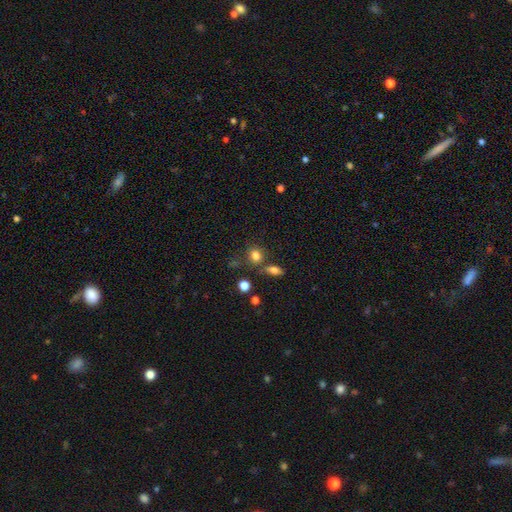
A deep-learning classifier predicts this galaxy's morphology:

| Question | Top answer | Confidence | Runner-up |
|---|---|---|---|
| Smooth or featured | smooth | 80% | star or artifact (12%) |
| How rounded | round | 62% | in between (36%) |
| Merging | none | 65% | merger (18%) |